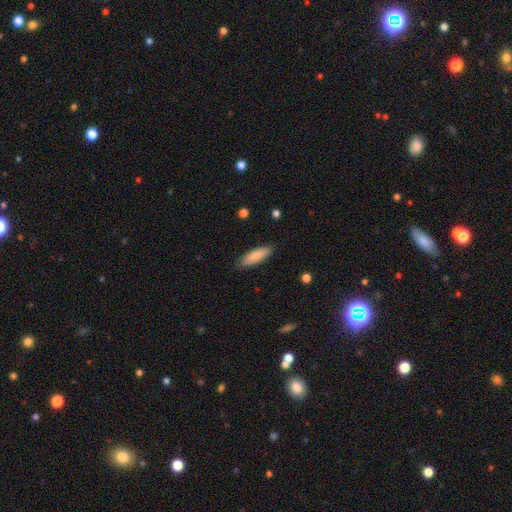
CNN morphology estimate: smooth_or_featured: smooth (p=0.85) [alt: featured or disk p=0.10]
how_rounded: in between (p=0.56) [alt: cigar-shaped p=0.42]
merging: none (p=0.86) [alt: minor disturbance p=0.11]